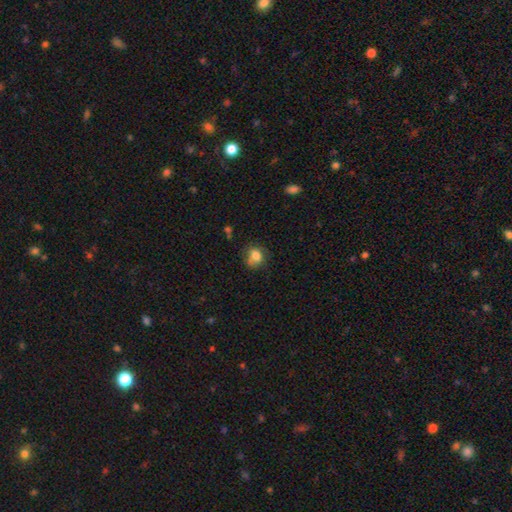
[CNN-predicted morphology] The model was most divided on "how rounded": round: 55%, in between: 44%, cigar-shaped: 1%. More confident: smooth or featured — smooth (79%); merging — none (58%).